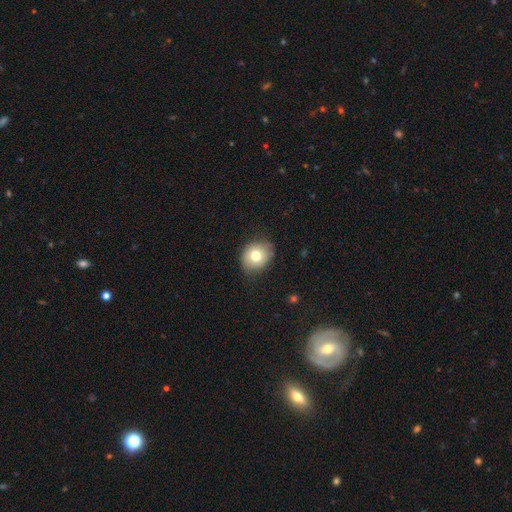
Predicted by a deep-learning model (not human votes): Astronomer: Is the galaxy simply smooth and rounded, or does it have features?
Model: smooth — 73%.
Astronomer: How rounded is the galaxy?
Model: round — 60% (runner-up: in between, 39%).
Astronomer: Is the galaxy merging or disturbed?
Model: none — 74%.